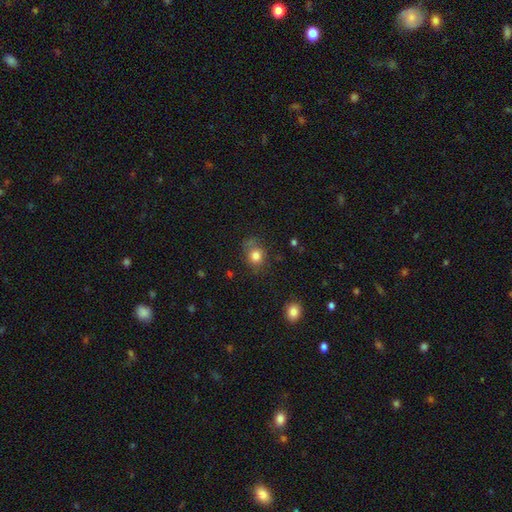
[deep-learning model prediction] smooth_or_featured: smooth (p=0.82) [alt: star or artifact p=0.11]
how_rounded: round (p=0.71) [alt: in between p=0.28]
merging: none (p=0.68) [alt: minor disturbance p=0.20]